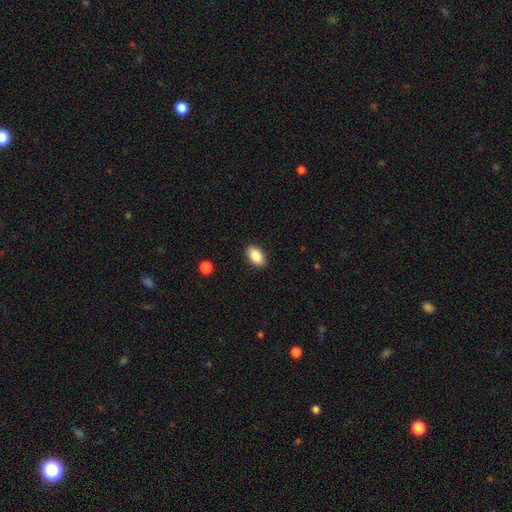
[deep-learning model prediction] Smooth or featured? smooth (88%)
How rounded? in between (93%)
Merging? none (89%)